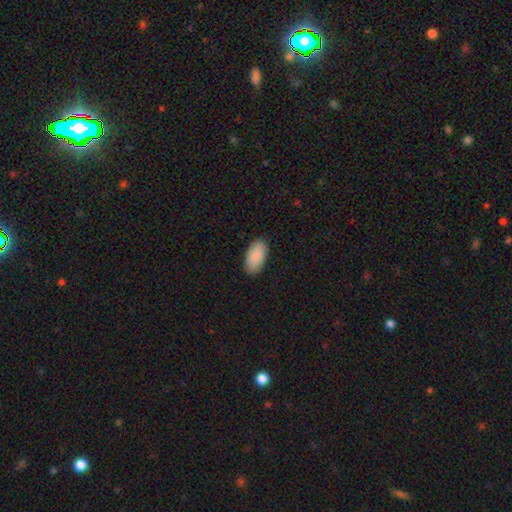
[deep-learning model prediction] Smooth or featured: smooth — 90% (star or artifact — 5%)
How rounded: in between — 95% (cigar-shaped — 3%)
Merging: none — 87% (minor disturbance — 10%)